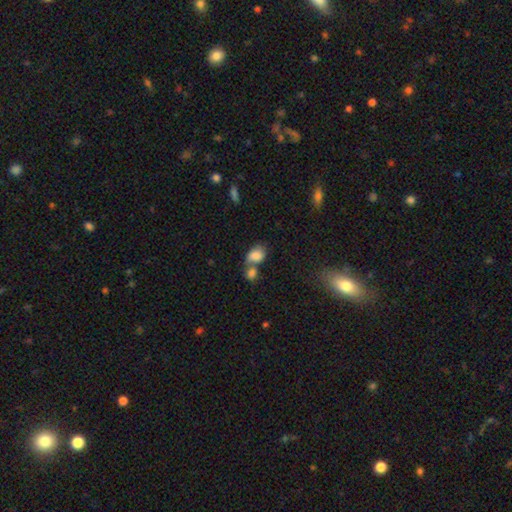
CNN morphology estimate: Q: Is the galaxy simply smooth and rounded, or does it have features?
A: smooth — 80%.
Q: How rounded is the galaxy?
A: in between — 74%.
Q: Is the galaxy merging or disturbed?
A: merger — 56%.